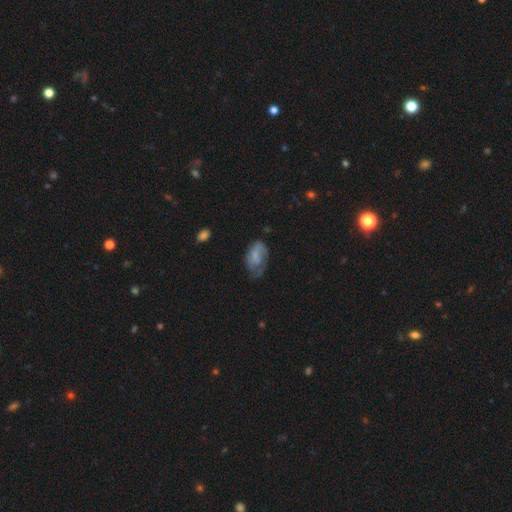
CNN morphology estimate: smooth_or_featured: smooth (p=0.52) [alt: featured or disk p=0.40]
how_rounded: in between (p=0.90) [alt: round p=0.07]
merging: none (p=0.40) [alt: minor disturbance p=0.33]